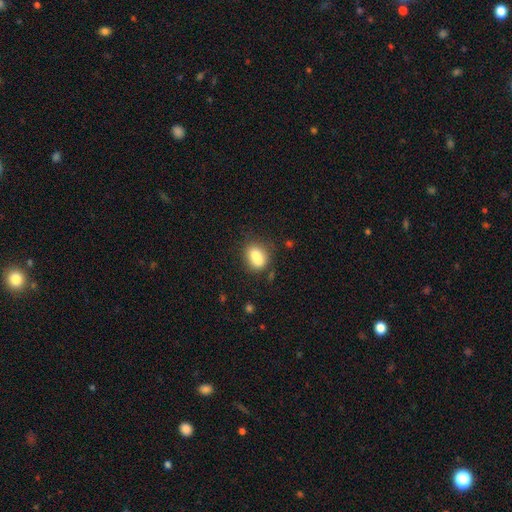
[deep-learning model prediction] A smooth galaxy with no disk features (77%) that is in between round and cigar-shaped (65%). Merging: none (57%).